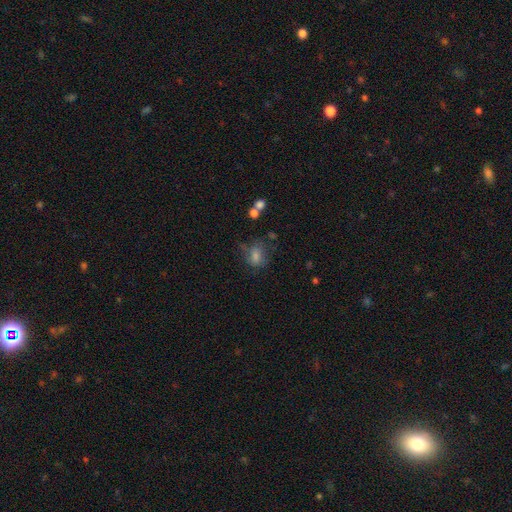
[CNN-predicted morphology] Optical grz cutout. It shows a smooth galaxy with no disk features (65%) that is in between round and cigar-shaped (59%). Merging: none (56%).